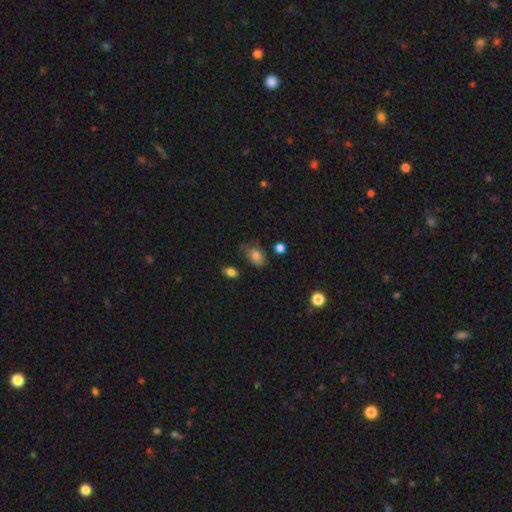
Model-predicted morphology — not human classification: Overall: smooth (79%). How rounded: in between (80%). Merging: none (56%; minor disturbance 30%).